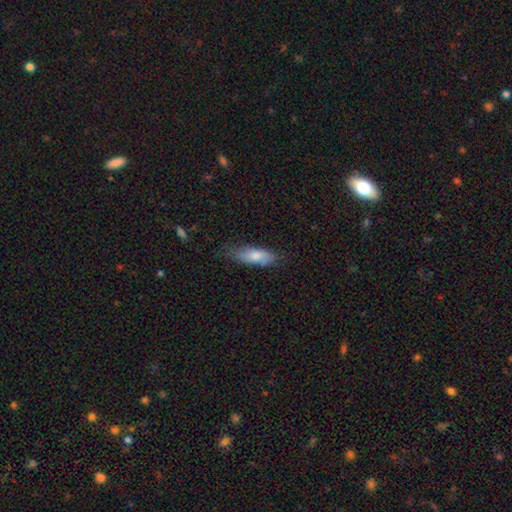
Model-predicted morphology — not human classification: The model was most divided on "merging": none: 57%, minor disturbance: 32%, major disturbance: 8%, merger: 2%. More confident: smooth or featured — smooth (78%); how rounded — in between (67%).